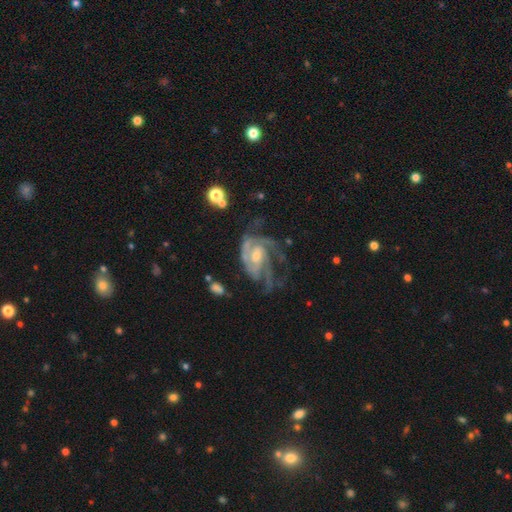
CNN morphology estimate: This is clearly a featured or disk galaxy (89%). It is clearly not viewed edge-on (97%). Bar: possibly no (55%). Spiral arm pattern: clearly yes (96%). Spiral arm count: marginally 3 (34%). Spiral winding: possibly tight (46%). Central bulge: possibly moderate (47%). Merging: marginally none (43%).